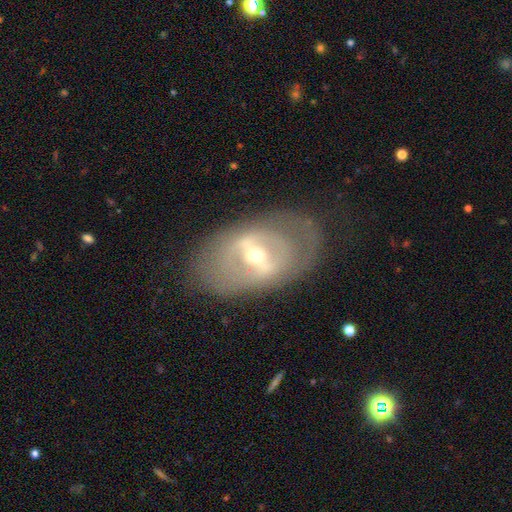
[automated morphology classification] smooth_or_featured: featured or disk (p=0.77) [alt: smooth p=0.17]
disk_edge_on: no (p=0.91) [alt: yes p=0.09]
bar: strong (p=0.54) [alt: weak p=0.33]
has_spiral_arms: no (p=0.59) [alt: yes p=0.41]
bulge_size: moderate (p=0.56) [alt: small p=0.38]
merging: none (p=0.76) [alt: minor disturbance p=0.14]